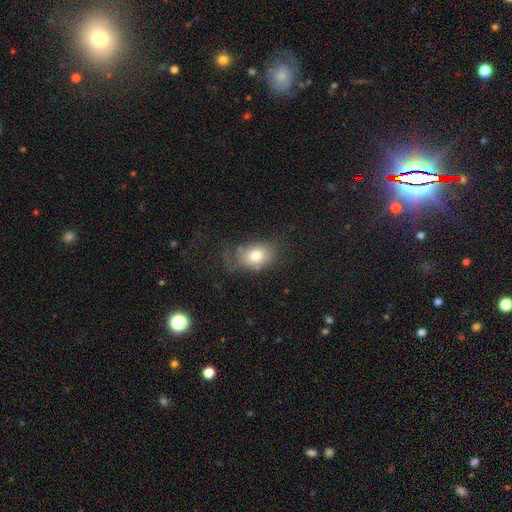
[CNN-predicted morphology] A smooth galaxy with no disk features (75%) that is in between round and cigar-shaped (67%). Merging: none (53%).